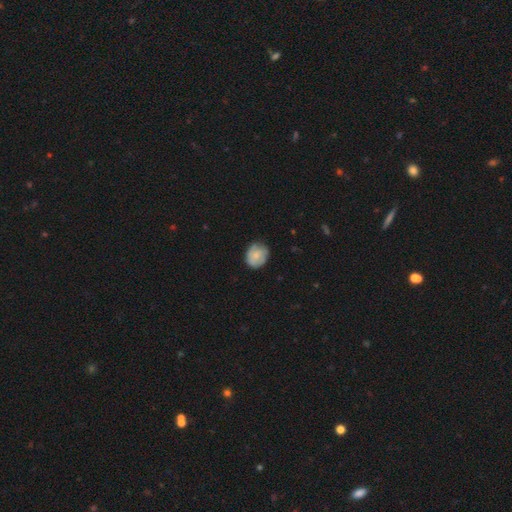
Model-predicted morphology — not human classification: smooth_or_featured: smooth (p=0.69) [alt: featured or disk p=0.23]
how_rounded: round (p=0.60) [alt: in between p=0.39]
merging: none (p=0.70) [alt: minor disturbance p=0.24]